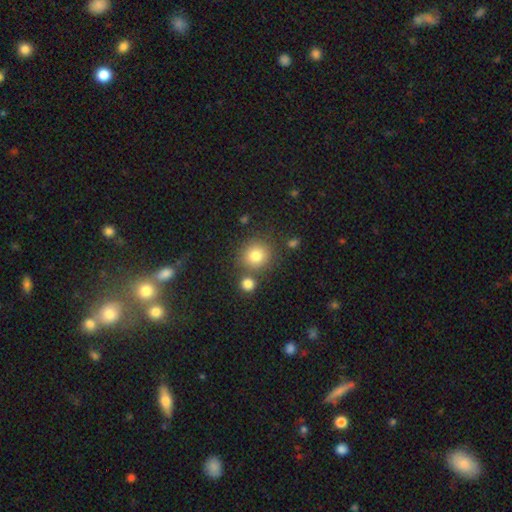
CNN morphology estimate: This appears to be a smooth galaxy with no disk features (80%) that is round (88%). Merging: none (73%).